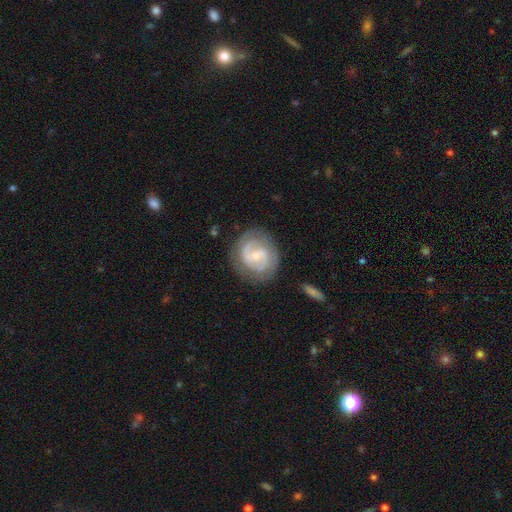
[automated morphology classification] A featured or disk galaxy (82%) with a weak bar (50%), 2 (78%) medium (45%) spiral arms (93%) and a small central bulge (64%).

Vote fractions:
- Smooth or featured? featured or disk: 82% / smooth: 14% / star or artifact: 5%
- Edge-on disk? no: 98% / yes: 2%
- Bar? weak: 50% / no: 35% / strong: 15%
- Spiral arms? yes: 93% / no: 7%
- Spiral winding? medium: 45% / tight: 41% / loose: 14%
- Spiral arm count? 2: 78% / can't tell: 10% / 3: 6% / 1: 3% / 4: 2% / more than 4: 2%
- Bulge size? small: 64% / moderate: 31% / none: 2% / large: 2% / dominant: 1%
- Merging? none: 80% / minor disturbance: 14% / major disturbance: 5% / merger: 1%